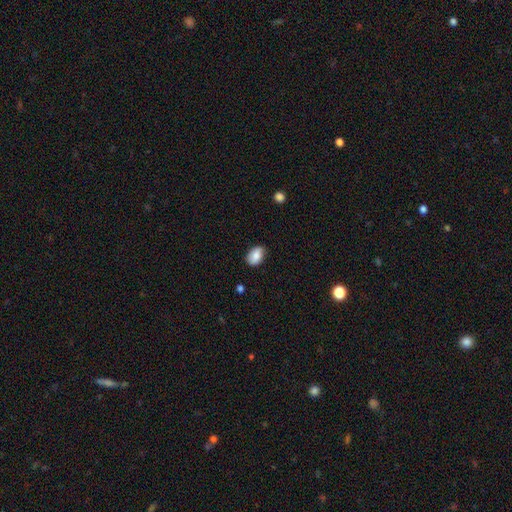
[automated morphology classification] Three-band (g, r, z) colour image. It shows a smooth galaxy with no disk features (84%) that is in between round and cigar-shaped (86%). Merging: none (81%).